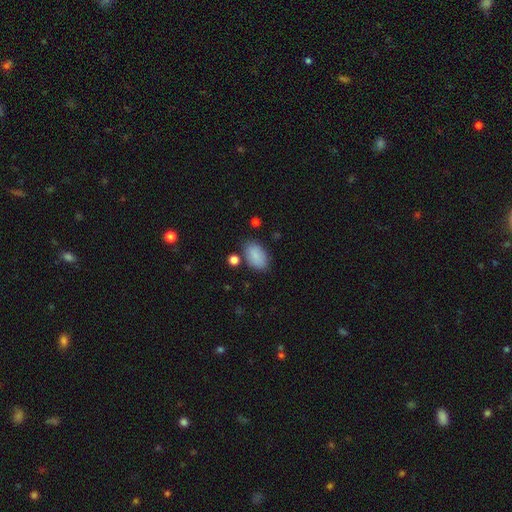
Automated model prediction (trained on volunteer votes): Overall: smooth (88%). How rounded: in between (93%). Merging: none (77%).